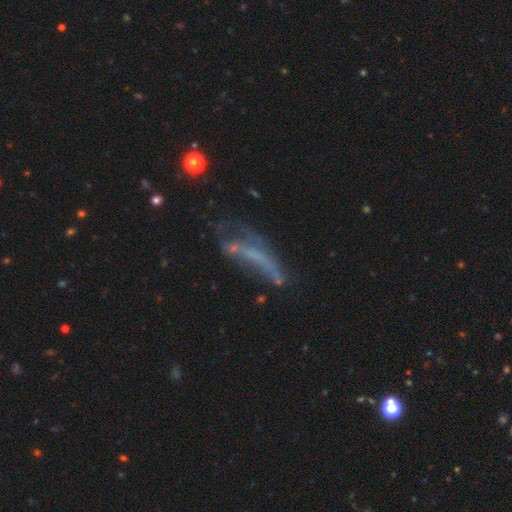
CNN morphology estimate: A featured or disk galaxy (49%). Merging: major disturbance (37%).